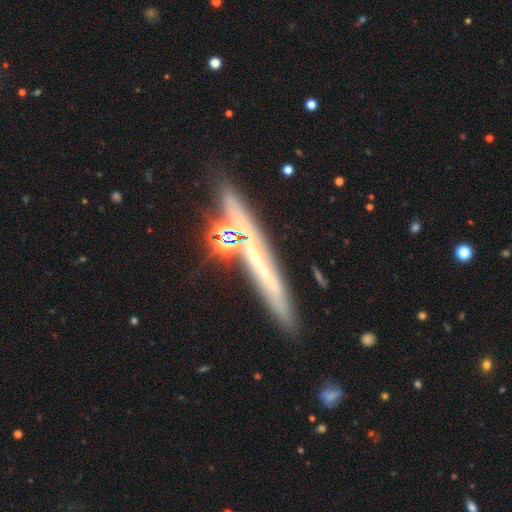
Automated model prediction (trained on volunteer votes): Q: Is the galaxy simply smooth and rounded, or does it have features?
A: featured or disk — 62%.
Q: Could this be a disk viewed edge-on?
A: yes — 89%.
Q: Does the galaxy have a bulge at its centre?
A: none — 79%.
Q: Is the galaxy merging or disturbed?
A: none — 73%.